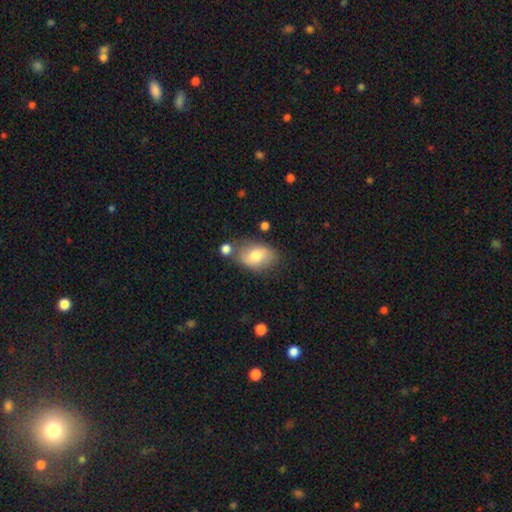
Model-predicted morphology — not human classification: A smooth galaxy with no disk features (70%) that is in between round and cigar-shaped (89%).

Vote fractions:
- Smooth or featured? smooth: 70% / featured or disk: 23% / star or artifact: 7%
- How rounded? in between: 89% / round: 9% / cigar-shaped: 2%
- Merging? none: 67% / minor disturbance: 19% / merger: 9% / major disturbance: 5%